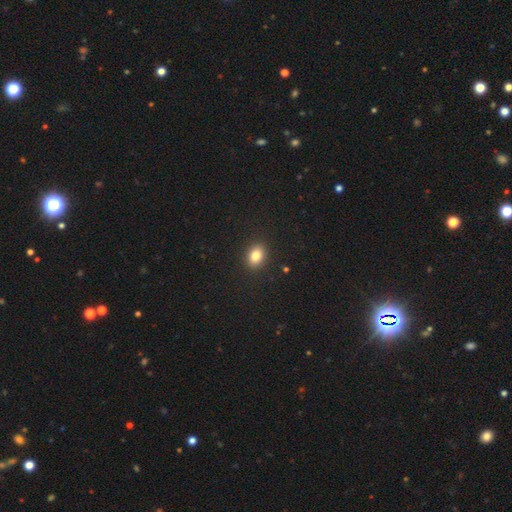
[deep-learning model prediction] smooth-or-featured: smooth: 83% | star or artifact: 10% | featured or disk: 7%
  how-rounded: in between: 69% | round: 30% | cigar-shaped: 1%
  merging: none: 90% | minor disturbance: 7% | major disturbance: 2% | merger: 1%